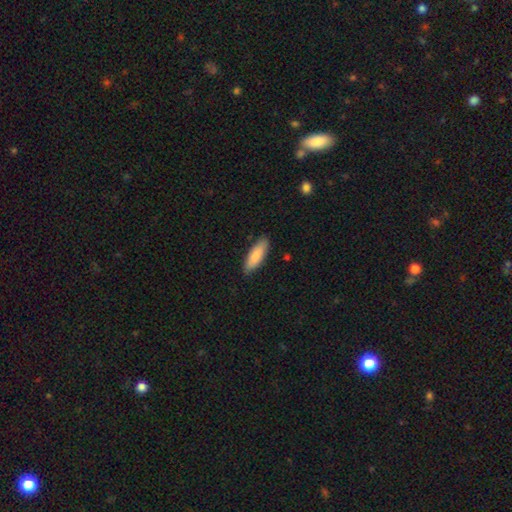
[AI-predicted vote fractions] Smooth or featured?
  - smooth: 87% *
  - featured or disk: 8%
  - star or artifact: 5%
How rounded?
  - in between: 54% *
  - cigar-shaped: 45%
  - round: 1%
Merging?
  - none: 86% *
  - minor disturbance: 11%
  - major disturbance: 2%
  - merger: 1%